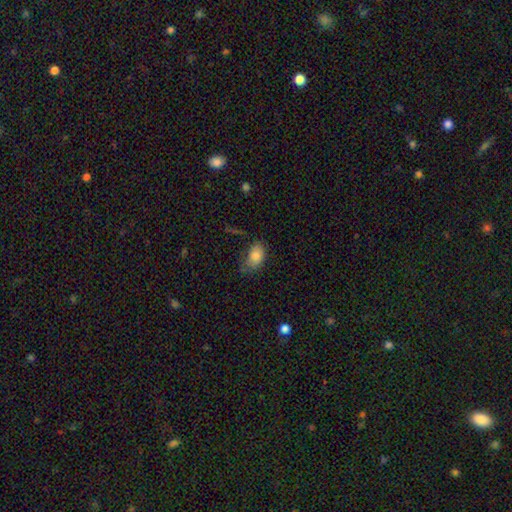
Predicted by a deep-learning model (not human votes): Smooth or featured?
  - smooth: 82% *
  - featured or disk: 10%
  - star or artifact: 8%
How rounded?
  - in between: 89% *
  - round: 10%
  - cigar-shaped: 2%
Merging?
  - none: 58% *
  - minor disturbance: 30%
  - major disturbance: 10%
  - merger: 3%